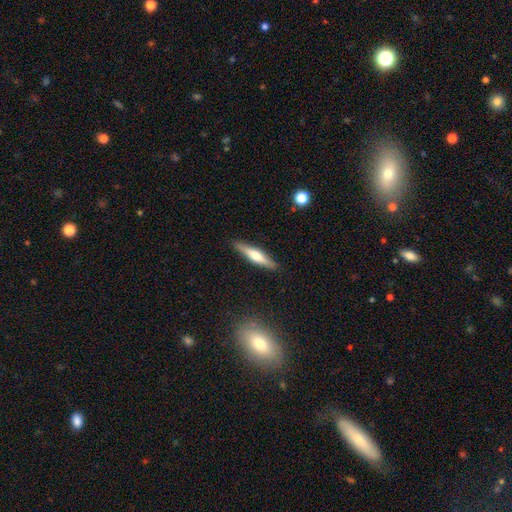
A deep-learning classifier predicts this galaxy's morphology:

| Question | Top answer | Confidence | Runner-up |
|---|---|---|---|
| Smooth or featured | featured or disk | 51% | smooth (43%) |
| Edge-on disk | yes | 95% | no (5%) |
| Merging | none | 89% | minor disturbance (8%) |